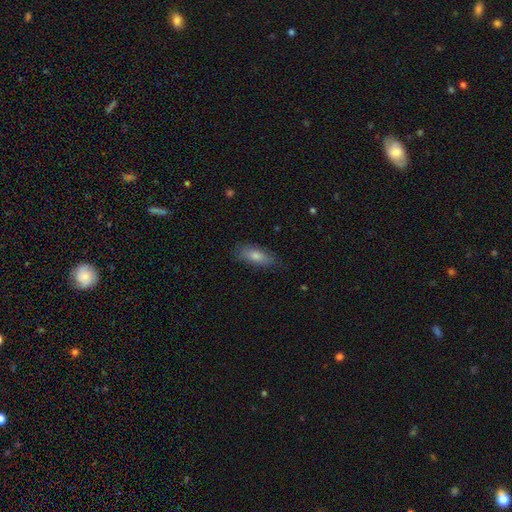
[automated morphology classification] Smooth or featured? Predicted: smooth (p=0.73). How rounded? Predicted: in between (p=0.60). Merging? Predicted: none (p=0.82).